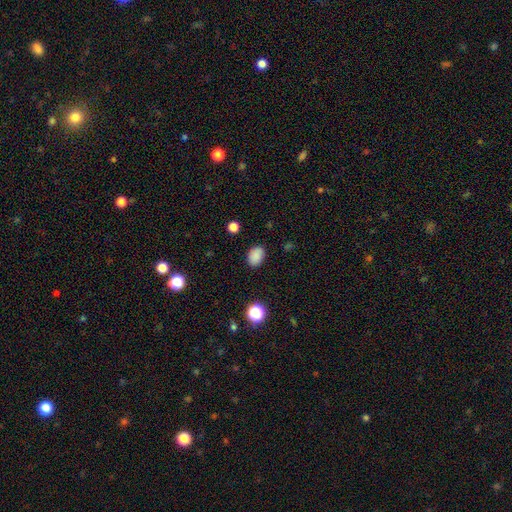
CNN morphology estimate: A smooth galaxy with no disk features (86%) that is in between round and cigar-shaped (74%). Merging: none (85%).